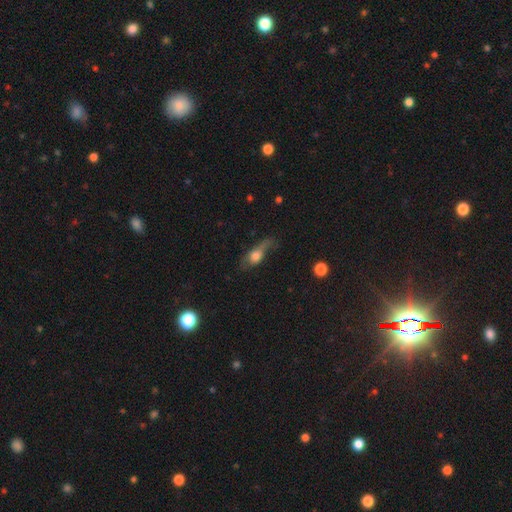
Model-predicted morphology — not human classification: type=smooth (58%); roundness=in between (62%); merging=none (34%).